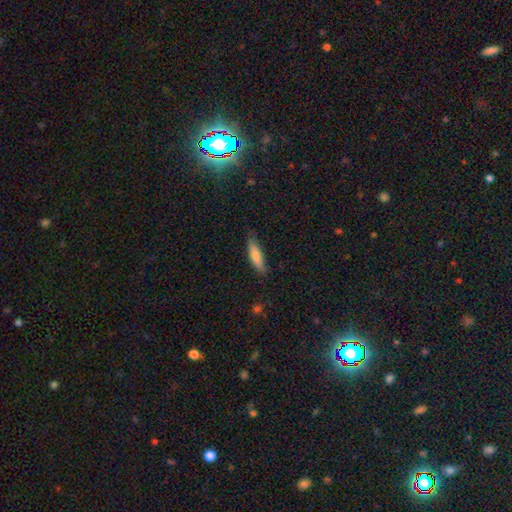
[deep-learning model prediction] smooth 79%, featured or disk 16%, star or artifact 6%. Down the decision tree: how rounded — cigar-shaped (72%); merging — none (78%).